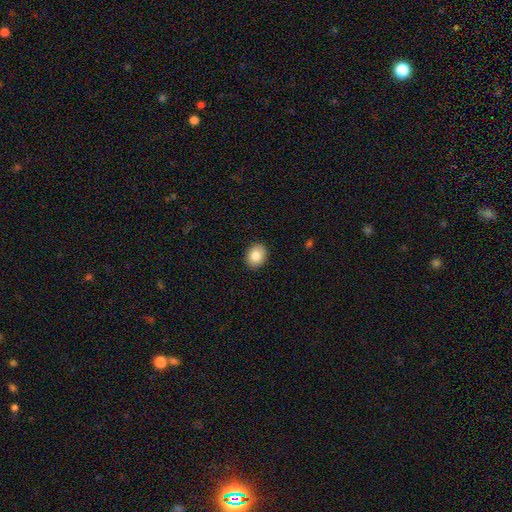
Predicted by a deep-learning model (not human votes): Smooth or featured?
  - smooth: 84% *
  - star or artifact: 8%
  - featured or disk: 7%
How rounded?
  - round: 53% *
  - in between: 46%
  - cigar-shaped: 1%
Merging?
  - none: 91% *
  - minor disturbance: 6%
  - major disturbance: 2%
  - merger: 1%